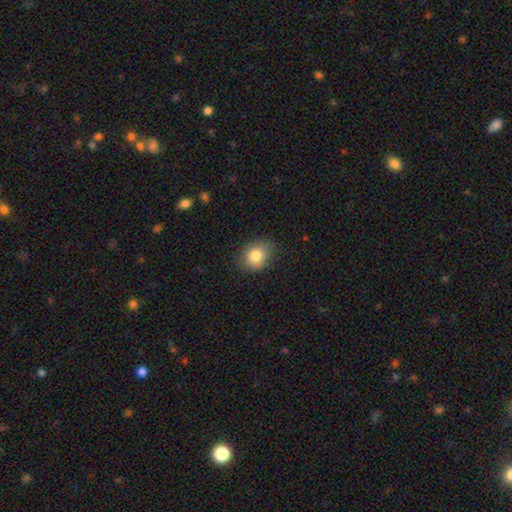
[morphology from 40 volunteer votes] Smooth or featured? 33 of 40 (82%) said smooth. How rounded? 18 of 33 (55%) said round. Merging? 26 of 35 (74%) said none.